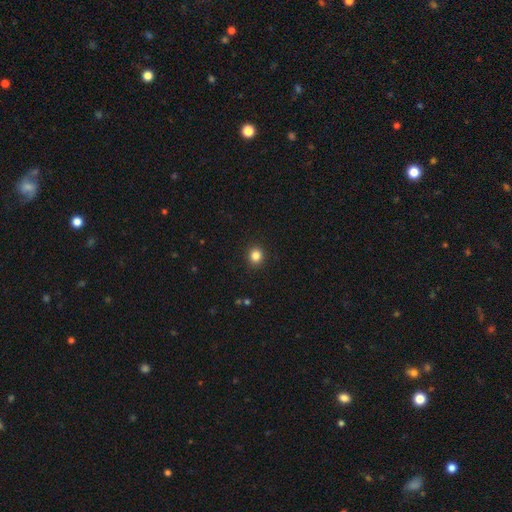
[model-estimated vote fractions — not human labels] This is clearly a smooth galaxy (84%). How rounded: clearly round (84%). Merging: clearly none (92%).